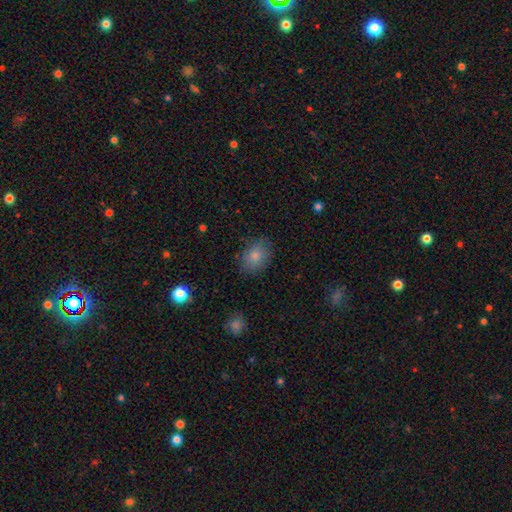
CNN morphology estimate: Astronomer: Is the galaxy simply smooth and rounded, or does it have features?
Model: smooth — 78%.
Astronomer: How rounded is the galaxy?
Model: in between — 68%.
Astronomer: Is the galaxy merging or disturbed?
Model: none — 83%.